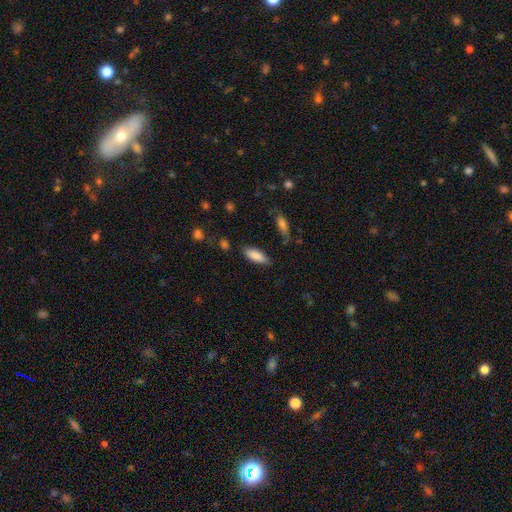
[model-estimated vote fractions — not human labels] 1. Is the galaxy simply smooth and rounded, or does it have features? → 85% smooth, 8% featured or disk, 6% star or artifact.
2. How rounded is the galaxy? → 69% in between, 30% cigar-shaped, 2% round.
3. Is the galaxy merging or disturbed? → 80% none, 14% minor disturbance, 3% major disturbance, 2% merger.